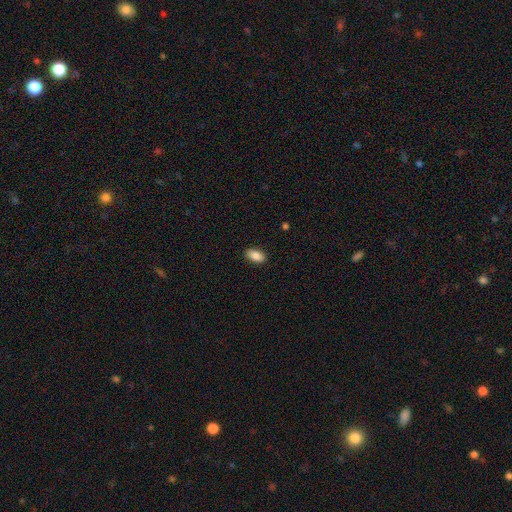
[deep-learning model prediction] smooth-or-featured: smooth: 88% | star or artifact: 7% | featured or disk: 4%
  how-rounded: in between: 92% | round: 5% | cigar-shaped: 3%
  merging: none: 89% | minor disturbance: 8% | major disturbance: 2% | merger: 1%